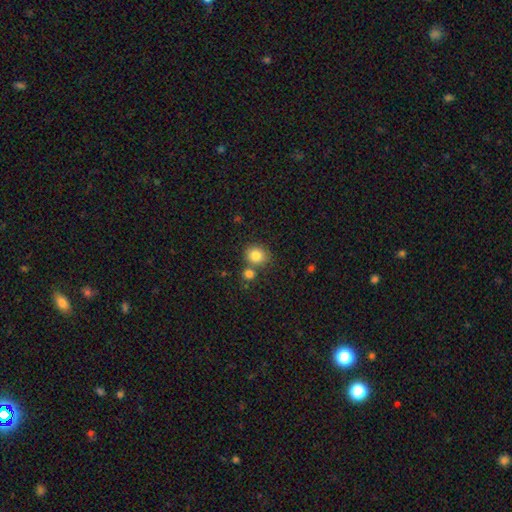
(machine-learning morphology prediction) smooth_or_featured: smooth (p=0.83) [alt: star or artifact p=0.11]
how_rounded: round (p=0.74) [alt: in between p=0.25]
merging: none (p=0.65) [alt: merger p=0.21]